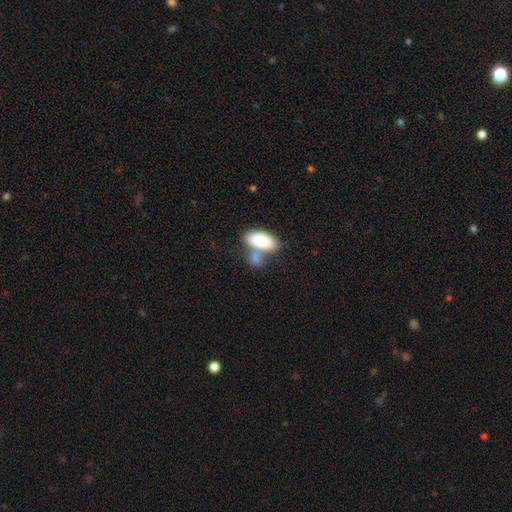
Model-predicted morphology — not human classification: type=smooth (79%); roundness=in between (91%); merging=merger (43%).